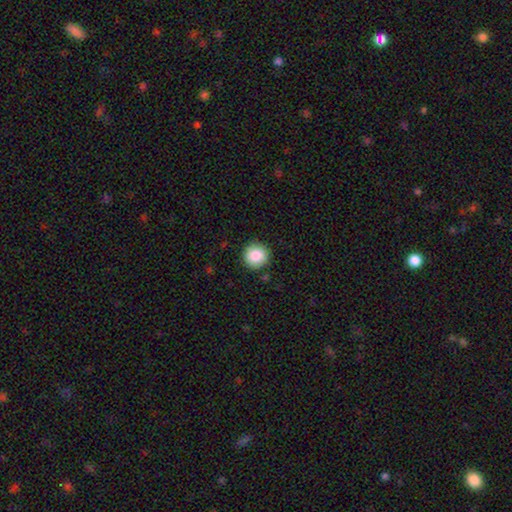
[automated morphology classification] Smooth or featured? Predicted: smooth (p=0.87). How rounded? Predicted: round (p=0.94). Merging? Predicted: none (p=0.90).